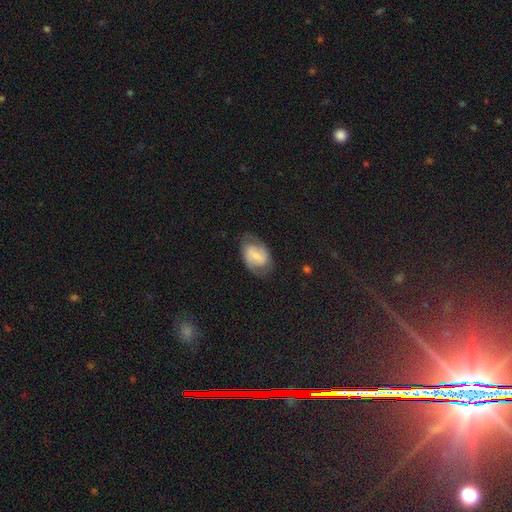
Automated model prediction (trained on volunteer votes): smooth-or-featured: smooth: 49% | featured or disk: 43% | star or artifact: 8%
  merging: none: 63% | minor disturbance: 24% | major disturbance: 12% | merger: 1%